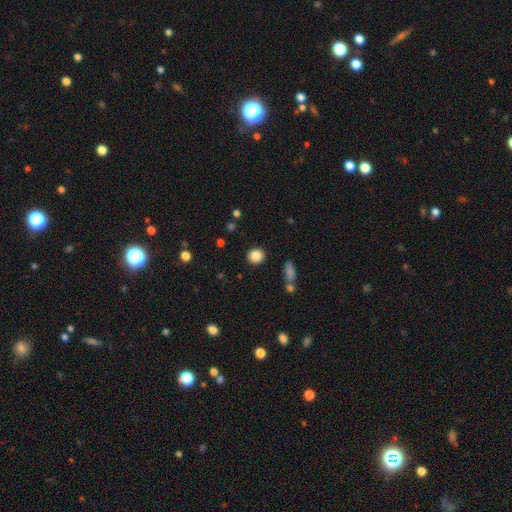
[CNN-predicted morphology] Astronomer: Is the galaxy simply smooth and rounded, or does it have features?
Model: smooth — 86%.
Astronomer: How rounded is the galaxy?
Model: round — 85%.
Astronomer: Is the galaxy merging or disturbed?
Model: none — 88%.